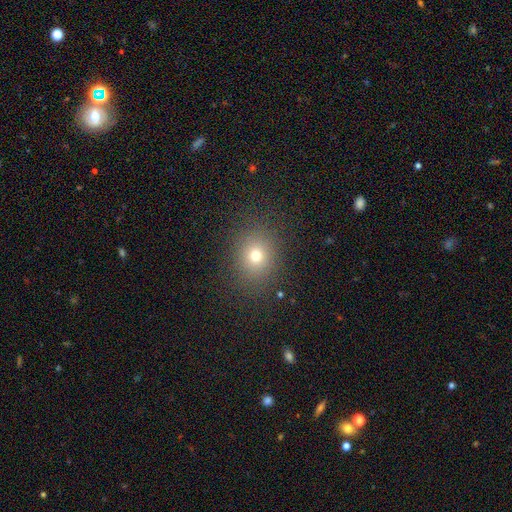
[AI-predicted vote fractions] smooth-or-featured: smooth: 73% | star or artifact: 18% | featured or disk: 10%
  how-rounded: round: 71% | in between: 28% | cigar-shaped: 1%
  merging: none: 86% | minor disturbance: 8% | major disturbance: 4% | merger: 1%